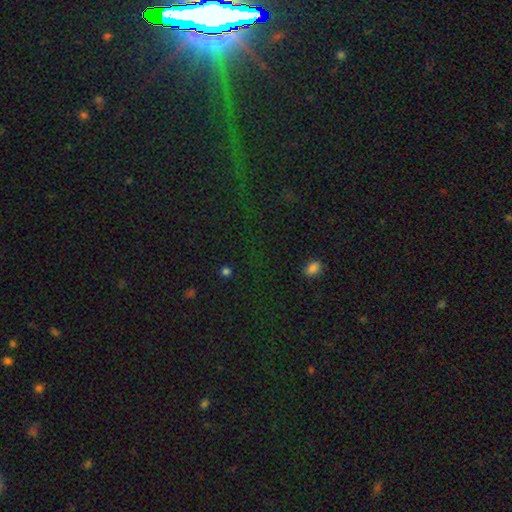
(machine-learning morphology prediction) type=star or artifact (76%).